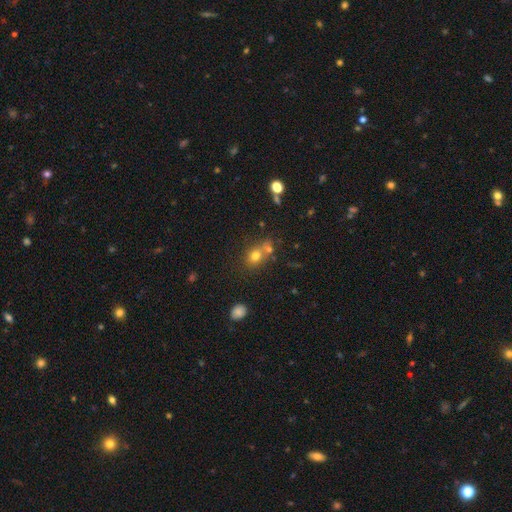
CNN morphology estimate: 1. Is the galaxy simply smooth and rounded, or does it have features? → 73% smooth, 16% star or artifact, 11% featured or disk.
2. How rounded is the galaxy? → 64% round, 35% in between, 1% cigar-shaped.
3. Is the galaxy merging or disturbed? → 49% none, 36% merger, 11% minor disturbance, 5% major disturbance.